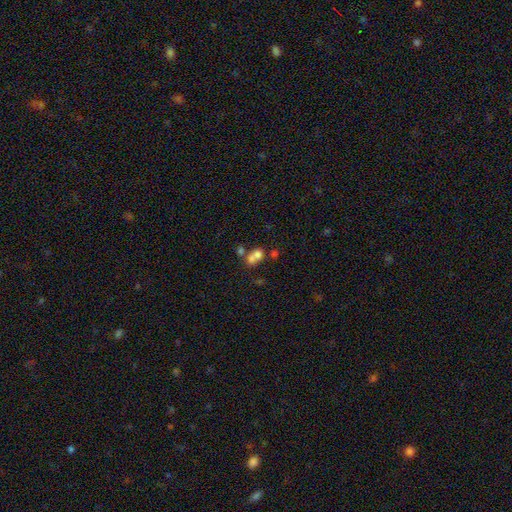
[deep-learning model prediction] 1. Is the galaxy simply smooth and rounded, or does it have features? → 66% smooth, 21% featured or disk, 13% star or artifact.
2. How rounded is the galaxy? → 57% round, 42% in between, 1% cigar-shaped.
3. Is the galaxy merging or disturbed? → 64% merger, 25% none, 6% minor disturbance, 5% major disturbance.